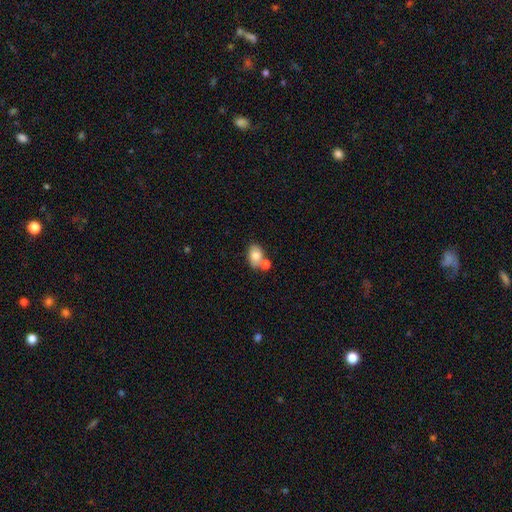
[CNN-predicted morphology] Q: Smooth or featured?
A: smooth (78%); runner-up: featured or disk (14%)
Q: How rounded?
A: in between (80%); runner-up: round (19%)
Q: Merging?
A: none (51%); runner-up: merger (33%)